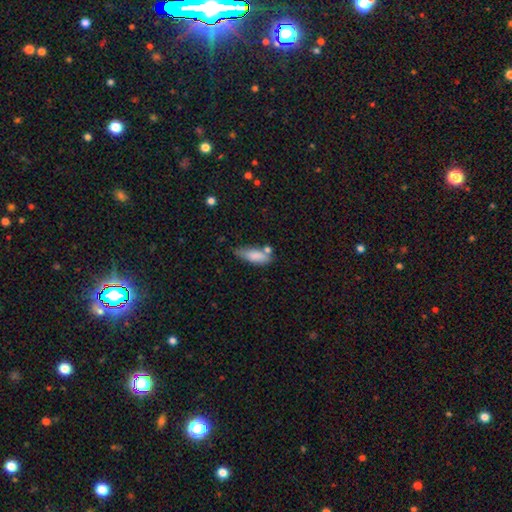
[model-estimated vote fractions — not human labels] A smooth galaxy with no disk features (82%) that is in between round and cigar-shaped (69%).

Vote fractions:
- Smooth or featured? smooth: 82% / featured or disk: 11% / star or artifact: 7%
- How rounded? in between: 69% / cigar-shaped: 29% / round: 2%
- Merging? none: 52% / minor disturbance: 28% / merger: 14% / major disturbance: 7%